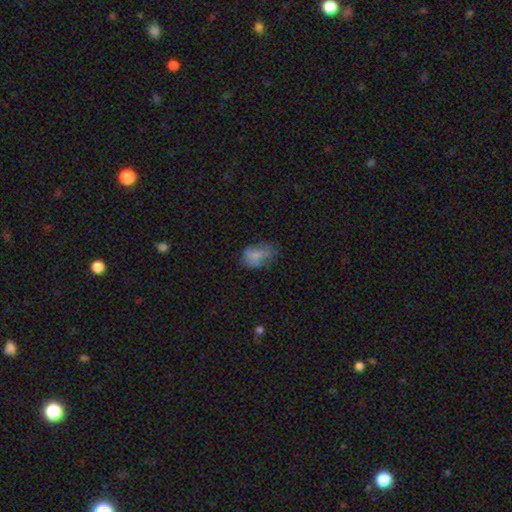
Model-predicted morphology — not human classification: Overall: smooth (70%). How rounded: in between (80%). Merging: none (49%; minor disturbance 32%).